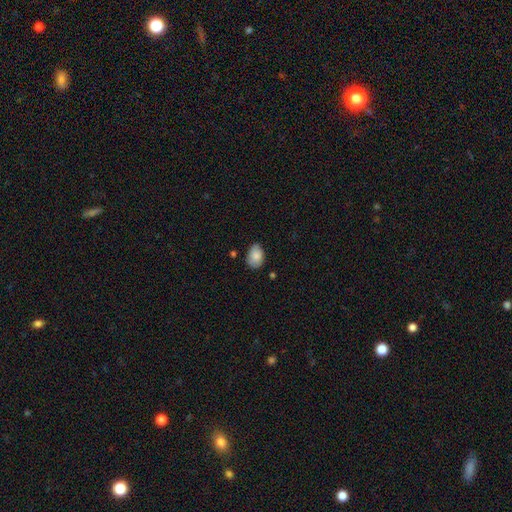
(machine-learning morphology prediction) type=smooth (85%); roundness=in between (83%); merging=none (72%).